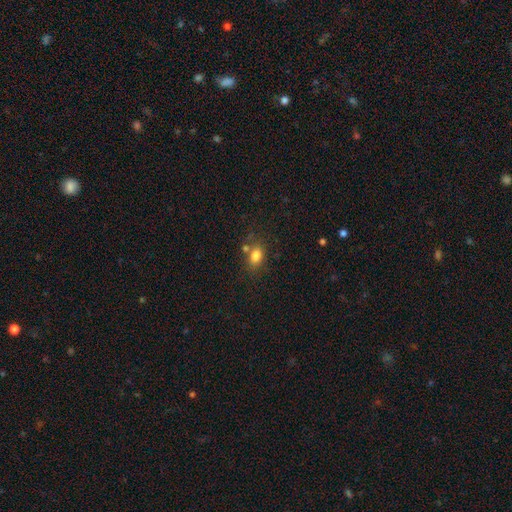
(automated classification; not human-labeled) Smooth or featured?
  - smooth: 82% *
  - star or artifact: 11%
  - featured or disk: 8%
How rounded?
  - in between: 74% *
  - round: 24%
  - cigar-shaped: 2%
Merging?
  - none: 65% *
  - merger: 16%
  - minor disturbance: 14%
  - major disturbance: 5%